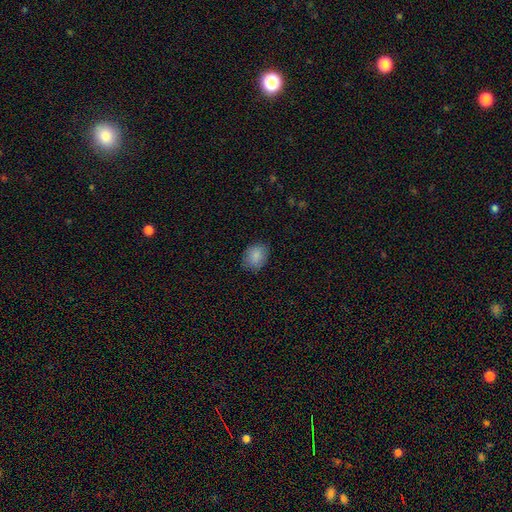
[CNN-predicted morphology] Smooth or featured: smooth — 87% (star or artifact — 8%)
How rounded: in between — 54% (round — 45%)
Merging: none — 82% (minor disturbance — 14%)